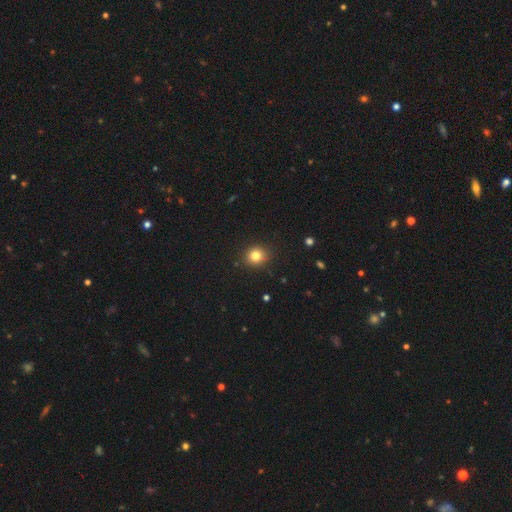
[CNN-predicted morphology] A smooth galaxy with no disk features (80%) that is round (80%).

Vote fractions:
- Smooth or featured? smooth: 80% / star or artifact: 13% / featured or disk: 7%
- How rounded? round: 80% / in between: 19% / cigar-shaped: 1%
- Merging? none: 89% / minor disturbance: 8% / major disturbance: 2% / merger: 1%